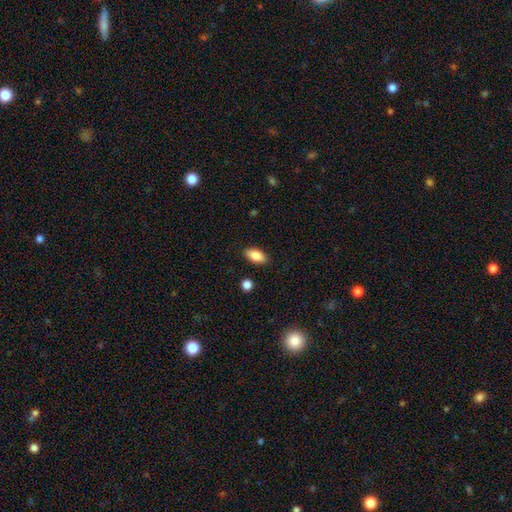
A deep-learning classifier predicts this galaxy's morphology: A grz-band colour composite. It shows a smooth galaxy with no disk features (83%) that is in between round and cigar-shaped (89%). Merging: none (88%).